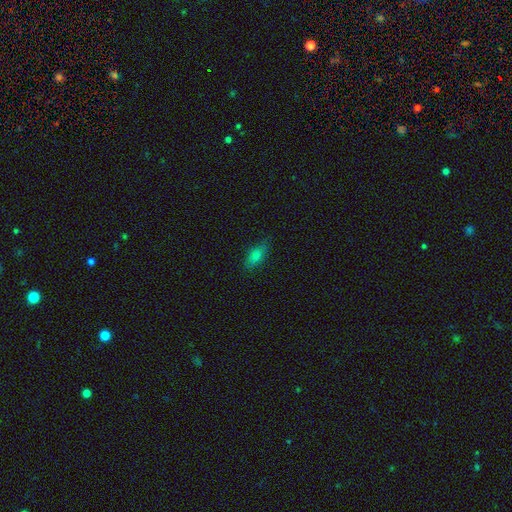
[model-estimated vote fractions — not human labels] Smooth or featured? smooth (81%)
How rounded? in between (79%)
Merging? none (78%)